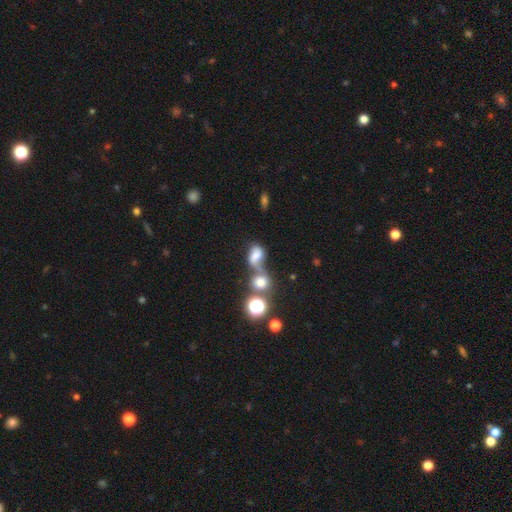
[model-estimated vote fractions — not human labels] smooth_or_featured: smooth (p=0.67) [alt: star or artifact p=0.17]
how_rounded: in between (p=0.68) [alt: round p=0.30]
merging: merger (p=0.50) [alt: none p=0.26]